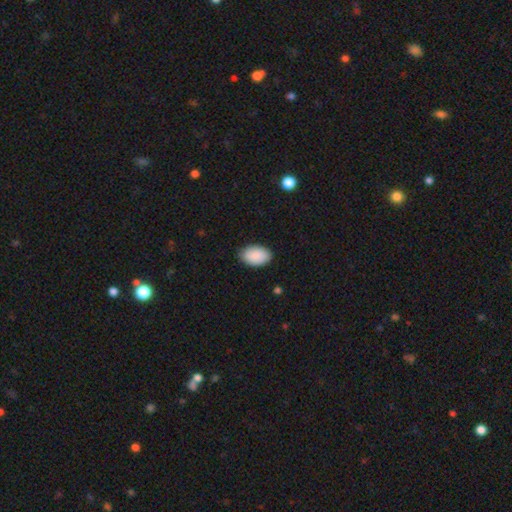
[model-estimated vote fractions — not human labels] Smooth or featured: smooth — 91% (star or artifact — 6%)
How rounded: in between — 93% (round — 6%)
Merging: none — 85% (minor disturbance — 12%)